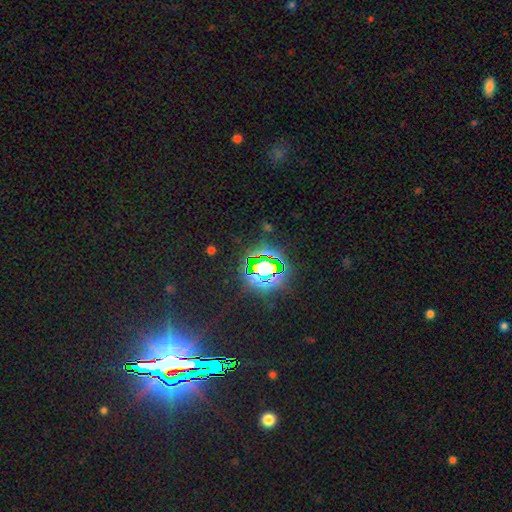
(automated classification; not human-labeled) Q: Smooth or featured?
A: star or artifact (83%); runner-up: smooth (9%)